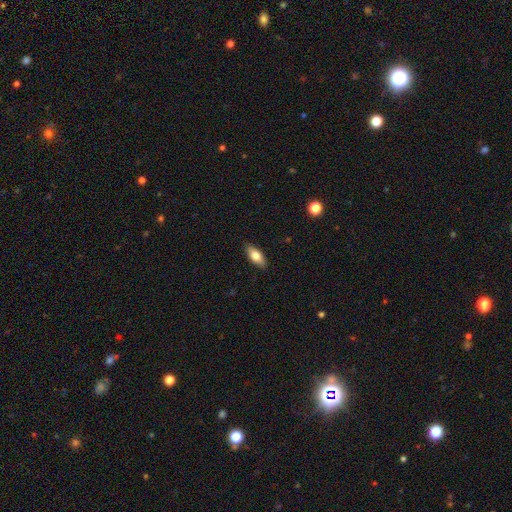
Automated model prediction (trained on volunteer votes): smooth-or-featured: smooth: 76% | featured or disk: 17% | star or artifact: 6%
  how-rounded: in between: 82% | cigar-shaped: 16% | round: 3%
  merging: none: 88% | minor disturbance: 9% | major disturbance: 2% | merger: 1%